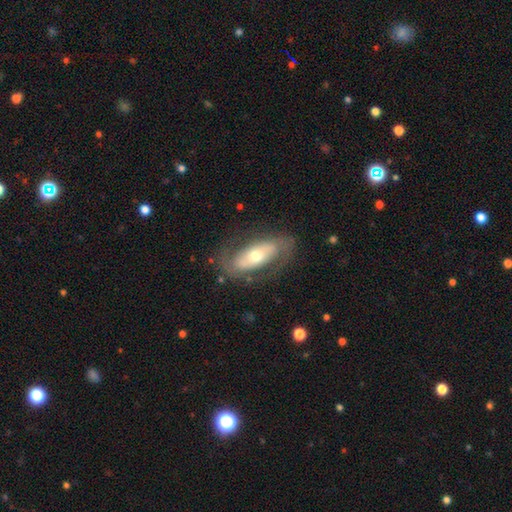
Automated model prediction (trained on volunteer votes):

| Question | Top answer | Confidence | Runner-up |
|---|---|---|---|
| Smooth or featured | featured or disk | 64% | smooth (30%) |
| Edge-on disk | no | 87% | yes (13%) |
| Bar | no | 57% | strong (23%) |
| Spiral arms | yes | 61% | no (39%) |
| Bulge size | moderate | 60% | small (30%) |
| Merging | none | 74% | minor disturbance (15%) |